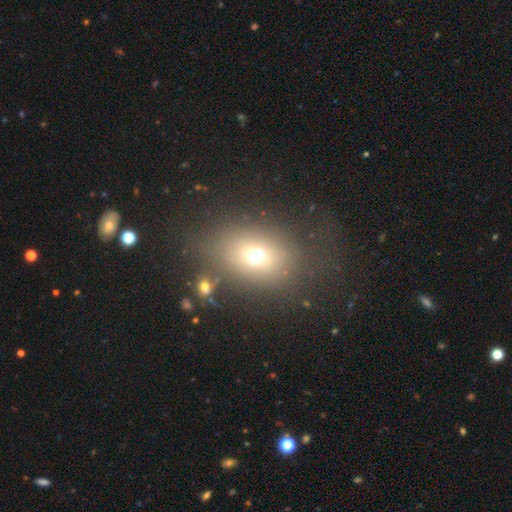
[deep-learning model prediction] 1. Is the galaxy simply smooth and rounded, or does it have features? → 66% smooth, 18% star or artifact, 16% featured or disk.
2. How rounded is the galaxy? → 58% in between, 40% round, 2% cigar-shaped.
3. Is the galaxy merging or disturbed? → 71% none, 14% minor disturbance, 11% major disturbance, 4% merger.